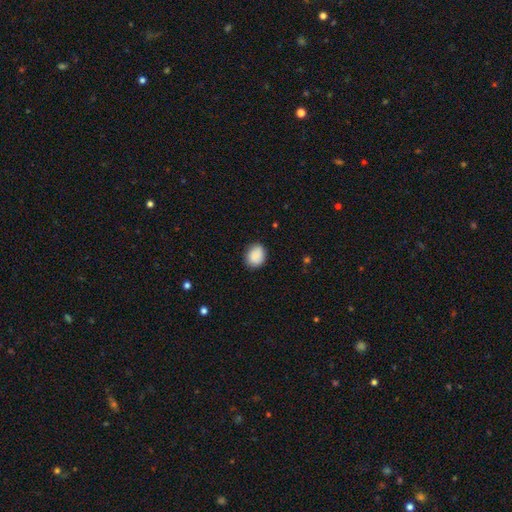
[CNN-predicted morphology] A smooth galaxy with no disk features (89%) that is round (55%).

Vote fractions:
- Smooth or featured? smooth: 89% / star or artifact: 7% / featured or disk: 4%
- How rounded? round: 55% / in between: 44% / cigar-shaped: 1%
- Merging? none: 82% / minor disturbance: 14% / major disturbance: 3% / merger: 1%